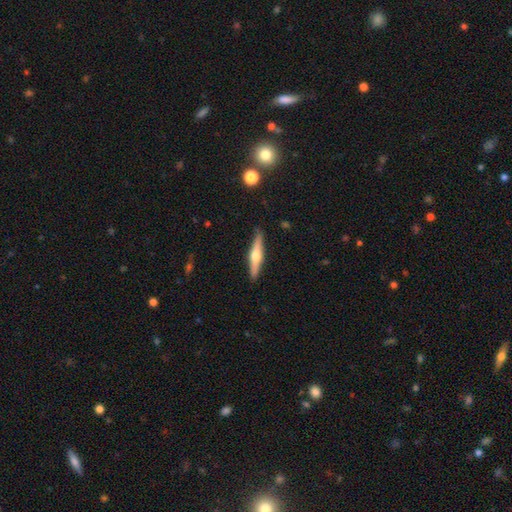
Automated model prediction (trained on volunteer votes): Smooth or featured? Predicted: featured or disk (p=0.62). Edge-on disk? Predicted: yes (p=0.97). Edge-on bulge? Predicted: rounded (p=0.93). Merging? Predicted: none (p=0.89).